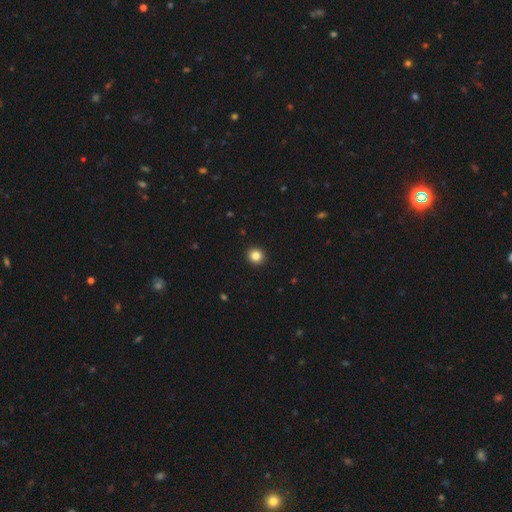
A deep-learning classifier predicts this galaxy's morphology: A smooth galaxy with no disk features (84%) that is round (91%). Merging: none (93%).